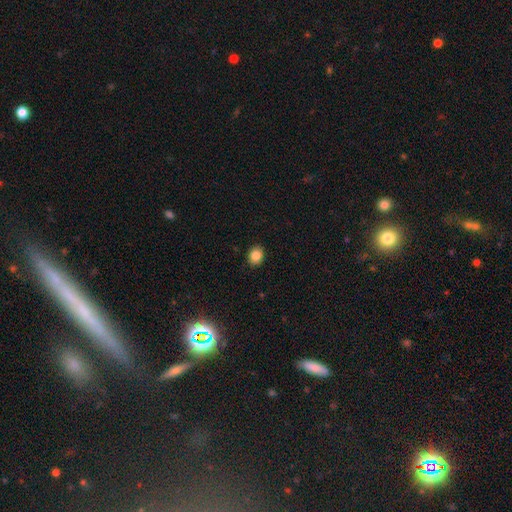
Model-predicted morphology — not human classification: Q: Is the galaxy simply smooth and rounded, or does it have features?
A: smooth — 85%.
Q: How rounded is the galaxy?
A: round — 60%.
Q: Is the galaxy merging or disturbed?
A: none — 89%.